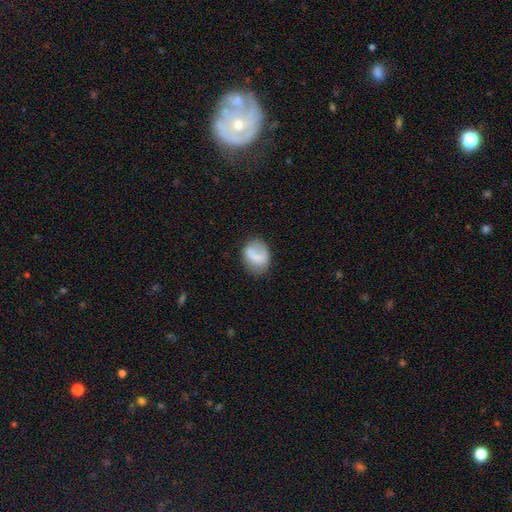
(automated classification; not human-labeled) A smooth galaxy with no disk features (67%) that is round (50%).

Vote fractions:
- Smooth or featured? smooth: 67% / featured or disk: 25% / star or artifact: 8%
- How rounded? round: 50% / in between: 49% / cigar-shaped: 1%
- Merging? none: 61% / minor disturbance: 24% / major disturbance: 13% / merger: 3%